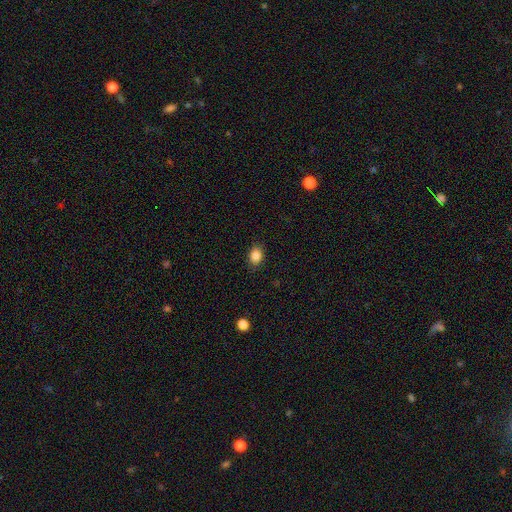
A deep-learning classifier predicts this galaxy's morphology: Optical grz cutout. It shows a smooth galaxy with no disk features (87%) that is in between round and cigar-shaped (60%). Merging: none (86%).